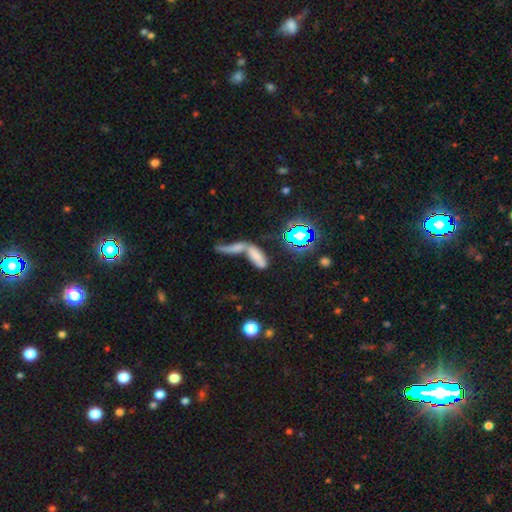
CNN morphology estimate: Smooth or featured? Predicted: smooth (p=0.59). How rounded? Predicted: in between (p=0.61). Merging? Predicted: merger (p=0.73).